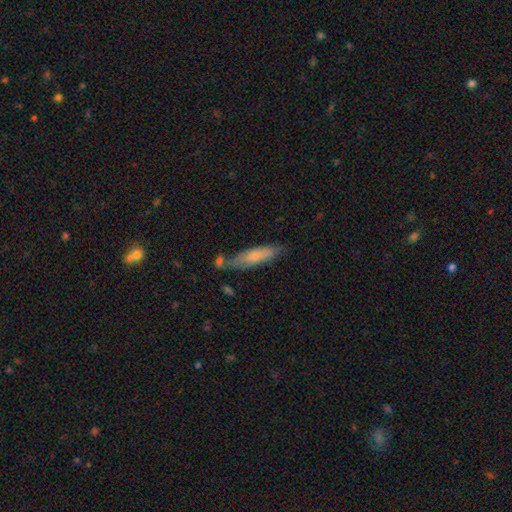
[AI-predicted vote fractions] Q: Smooth or featured?
A: smooth (72%); runner-up: featured or disk (22%)
Q: How rounded?
A: cigar-shaped (76%); runner-up: in between (22%)
Q: Merging?
A: none (64%); runner-up: minor disturbance (20%)